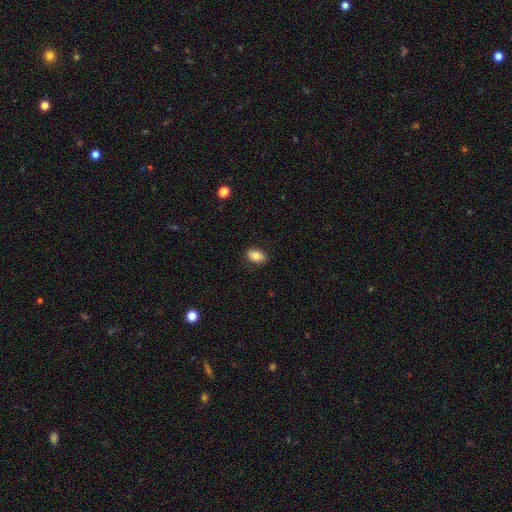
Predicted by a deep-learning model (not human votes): smooth-or-featured: smooth: 81% | featured or disk: 11% | star or artifact: 8%
  how-rounded: in between: 86% | round: 13% | cigar-shaped: 1%
  merging: none: 84% | minor disturbance: 12% | major disturbance: 2% | merger: 1%